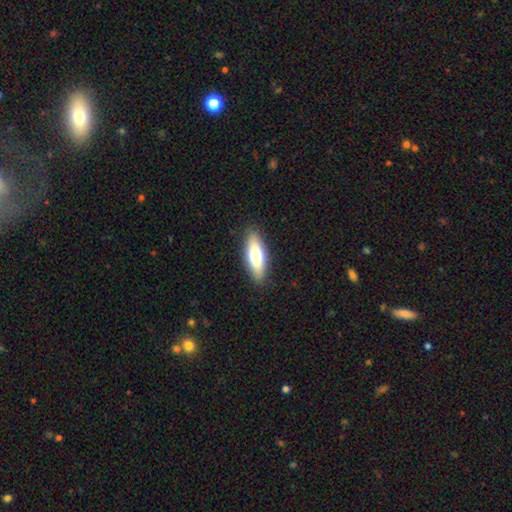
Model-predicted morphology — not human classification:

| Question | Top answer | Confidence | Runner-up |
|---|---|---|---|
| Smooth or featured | smooth | 69% | featured or disk (25%) |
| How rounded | in between | 61% | cigar-shaped (37%) |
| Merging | none | 87% | minor disturbance (9%) |